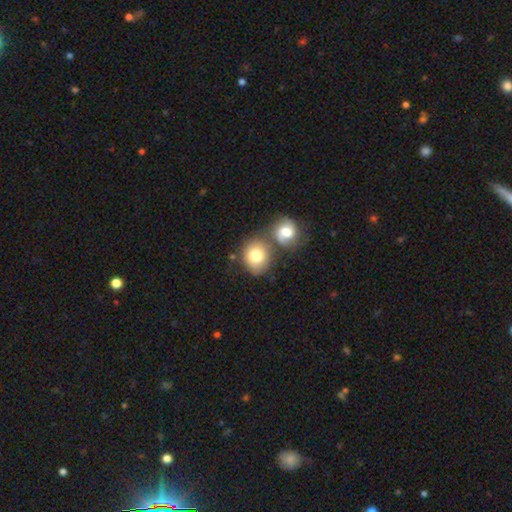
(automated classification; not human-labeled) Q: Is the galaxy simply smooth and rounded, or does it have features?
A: smooth — 73%.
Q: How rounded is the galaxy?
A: round — 74%.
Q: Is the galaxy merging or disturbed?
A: none — 49%.